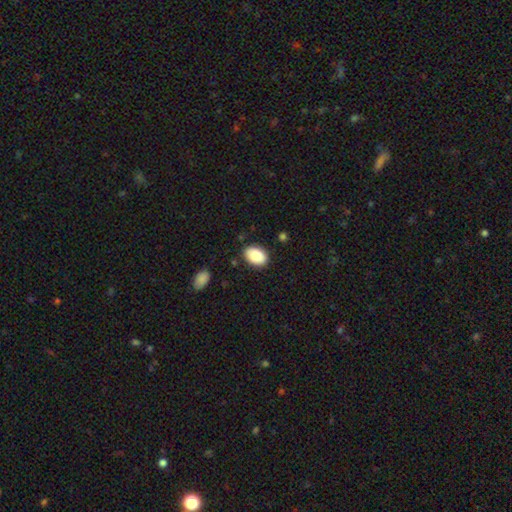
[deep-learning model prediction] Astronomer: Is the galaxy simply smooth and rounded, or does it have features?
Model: smooth — 87%.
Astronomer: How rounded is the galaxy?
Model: in between — 88%.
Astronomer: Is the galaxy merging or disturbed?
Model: none — 85%.